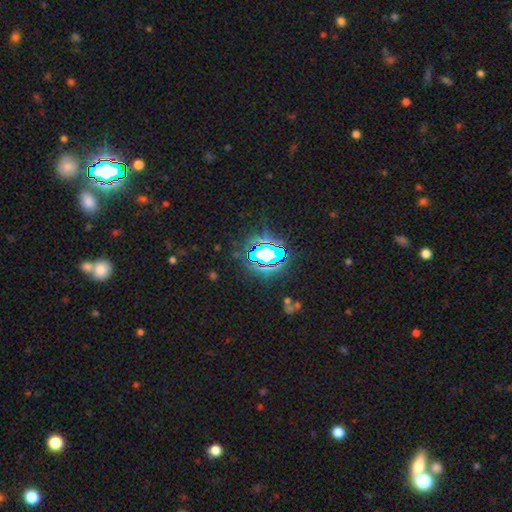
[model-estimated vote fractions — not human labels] A star or artifact, not a galaxy (76%).